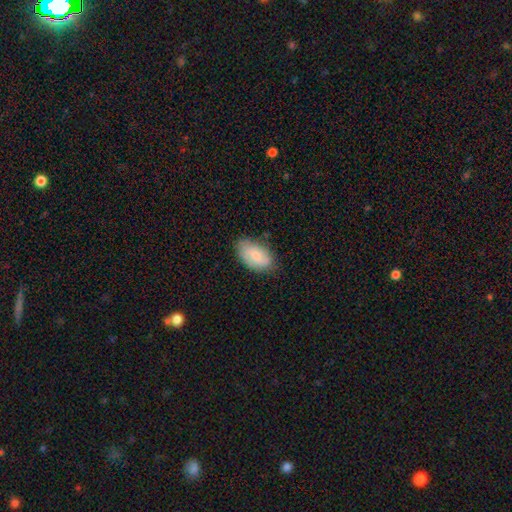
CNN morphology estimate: Smooth or featured: smooth — 73% (featured or disk — 21%)
How rounded: in between — 93% (round — 5%)
Merging: none — 74% (minor disturbance — 21%)